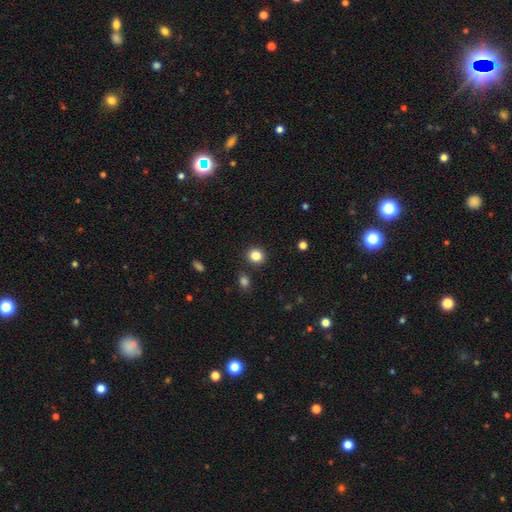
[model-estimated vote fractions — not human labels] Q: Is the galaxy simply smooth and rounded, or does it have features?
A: smooth — 84%.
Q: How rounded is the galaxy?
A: round — 84%.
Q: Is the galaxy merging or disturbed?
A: none — 88%.